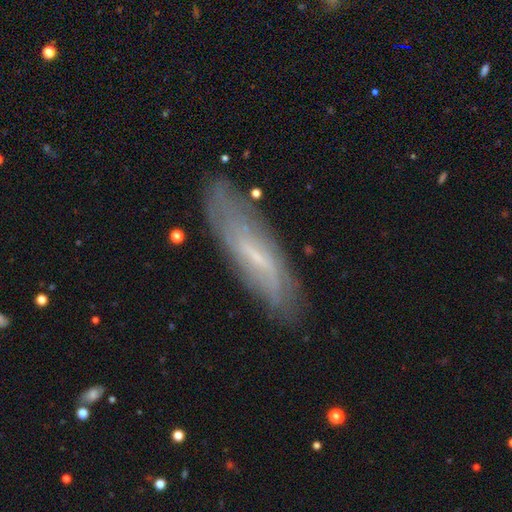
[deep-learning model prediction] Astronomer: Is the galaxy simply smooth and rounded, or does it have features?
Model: featured or disk — 55% (runner-up: smooth, 38%).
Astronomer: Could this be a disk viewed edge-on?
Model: no — 59% (runner-up: yes, 41%).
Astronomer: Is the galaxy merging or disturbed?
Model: none — 76%.